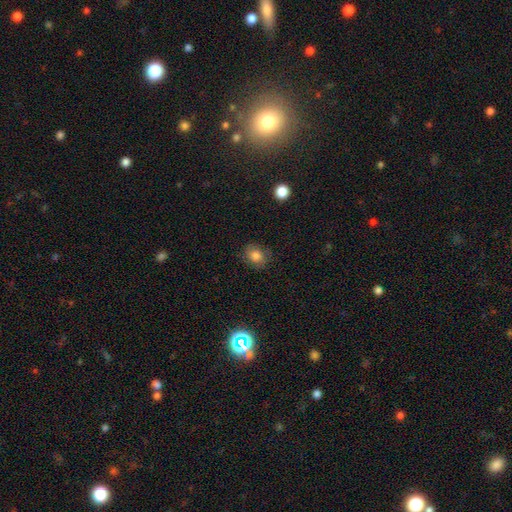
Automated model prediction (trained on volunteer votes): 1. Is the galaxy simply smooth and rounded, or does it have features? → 79% smooth, 11% star or artifact, 10% featured or disk.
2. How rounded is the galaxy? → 63% round, 36% in between, 1% cigar-shaped.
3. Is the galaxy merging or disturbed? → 80% none, 14% minor disturbance, 4% major disturbance, 1% merger.